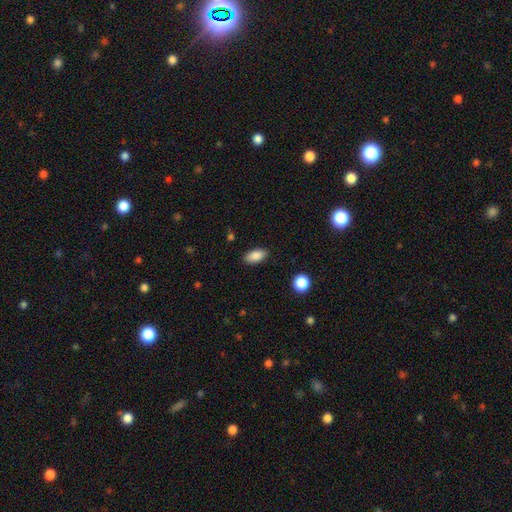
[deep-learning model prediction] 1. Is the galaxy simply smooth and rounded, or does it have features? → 87% smooth, 8% star or artifact, 5% featured or disk.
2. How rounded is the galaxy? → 92% in between, 5% cigar-shaped, 4% round.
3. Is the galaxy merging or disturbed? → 87% none, 9% minor disturbance, 2% major disturbance, 1% merger.